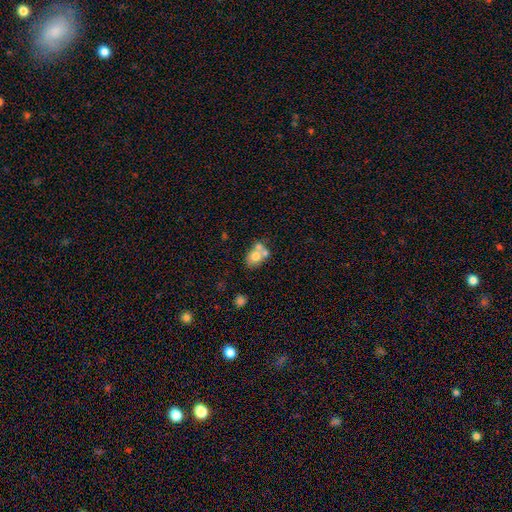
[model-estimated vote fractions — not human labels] Q: Smooth or featured?
A: smooth (64%); runner-up: featured or disk (26%)
Q: How rounded?
A: in between (52%); runner-up: round (47%)
Q: Merging?
A: merger (51%); runner-up: none (32%)